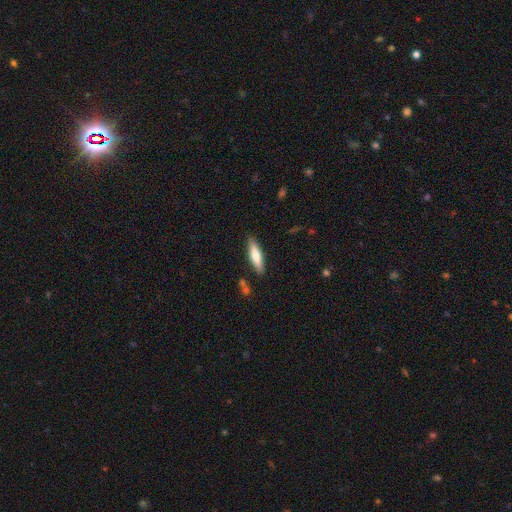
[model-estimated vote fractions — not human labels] smooth 65%, featured or disk 29%, star or artifact 6%. Down the decision tree: how rounded — cigar-shaped (72%); merging — none (86%).